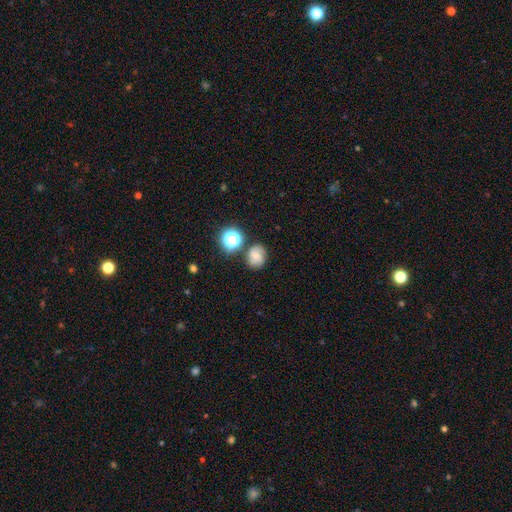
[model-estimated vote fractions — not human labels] smooth-or-featured: smooth: 47% | featured or disk: 38% | star or artifact: 15%
  merging: none: 73% | minor disturbance: 15% | merger: 8% | major disturbance: 5%